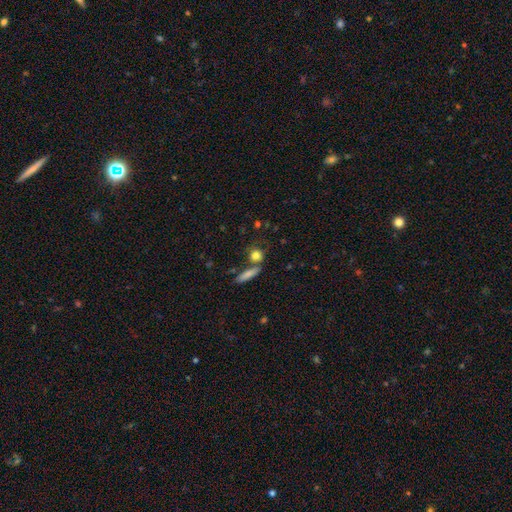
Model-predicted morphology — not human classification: Overall: smooth (80%). How rounded: round (69%). Merging: none (61%; merger 21%).